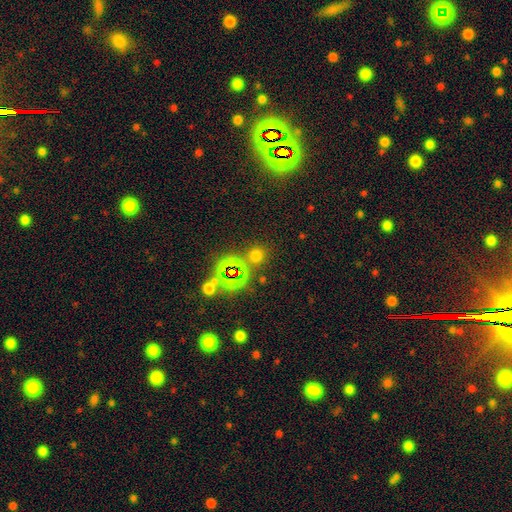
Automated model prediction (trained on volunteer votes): Smooth or featured: smooth — 56% (star or artifact — 37%)
How rounded: round — 88% (in between — 11%)
Merging: none — 78% (merger — 10%)